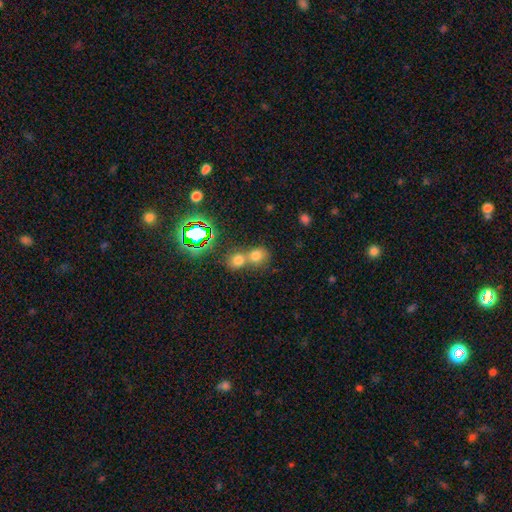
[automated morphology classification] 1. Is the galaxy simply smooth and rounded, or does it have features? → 70% smooth, 20% star or artifact, 10% featured or disk.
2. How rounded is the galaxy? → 73% round, 26% in between, 1% cigar-shaped.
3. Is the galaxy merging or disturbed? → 54% merger, 37% none, 6% minor disturbance, 3% major disturbance.